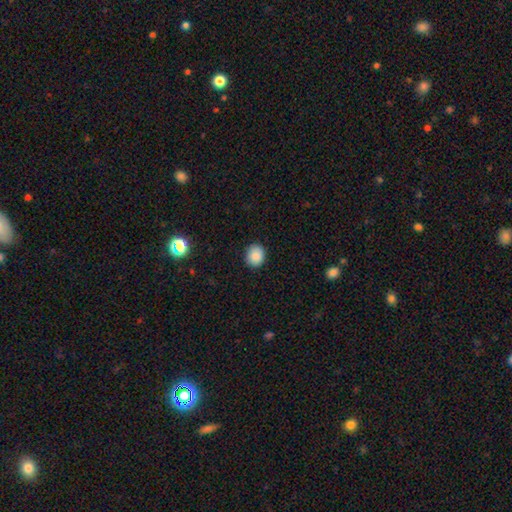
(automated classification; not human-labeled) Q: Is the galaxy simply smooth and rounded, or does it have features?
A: smooth — 86%.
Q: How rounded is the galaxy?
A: round — 71%.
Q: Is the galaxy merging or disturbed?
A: none — 88%.